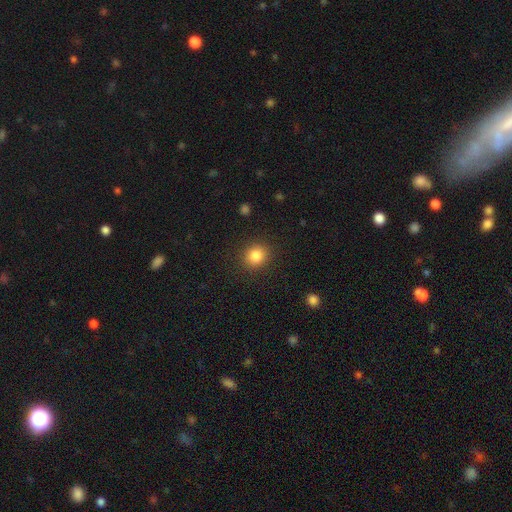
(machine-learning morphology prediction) This appears to be a smooth galaxy with no disk features (84%) that is round (82%). Merging: none (89%).